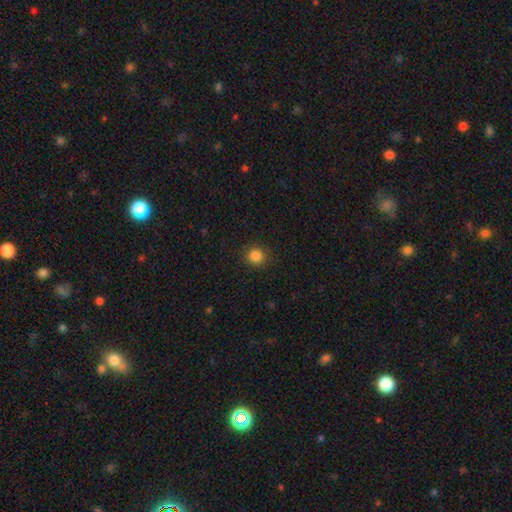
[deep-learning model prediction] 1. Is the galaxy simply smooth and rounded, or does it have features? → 84% smooth, 12% star or artifact, 4% featured or disk.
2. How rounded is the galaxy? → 90% round, 9% in between, 1% cigar-shaped.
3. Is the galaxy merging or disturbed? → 91% none, 6% minor disturbance, 2% major disturbance, 1% merger.